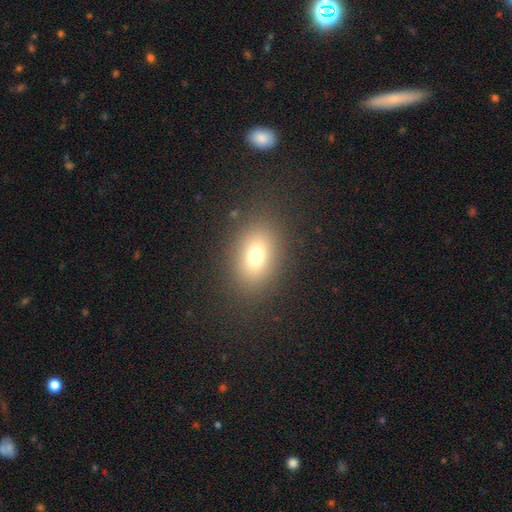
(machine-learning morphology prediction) Smooth or featured? smooth (72%)
How rounded? in between (70%)
Merging? none (85%)